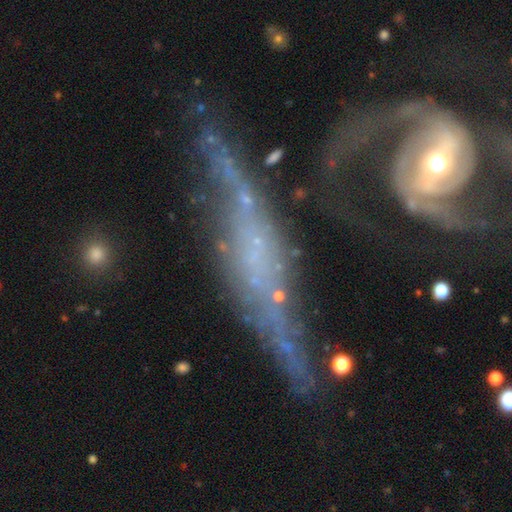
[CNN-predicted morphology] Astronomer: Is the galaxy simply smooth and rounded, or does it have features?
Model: featured or disk — 80%.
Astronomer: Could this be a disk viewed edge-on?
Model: no — 68%.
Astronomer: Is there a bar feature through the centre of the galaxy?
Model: no — 51% (runner-up: weak, 28%).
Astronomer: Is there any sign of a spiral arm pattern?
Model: yes — 77%.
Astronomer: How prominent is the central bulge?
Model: small — 44% (runner-up: none, 32%).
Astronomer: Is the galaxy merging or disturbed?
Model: none — 30% (runner-up: merger, 28%).